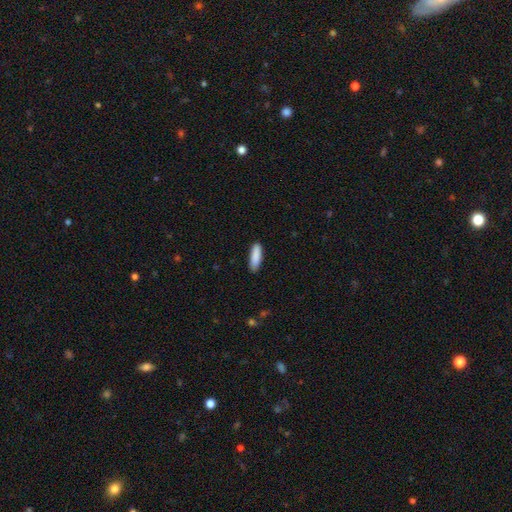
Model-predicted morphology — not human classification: Smooth or featured? Predicted: smooth (p=0.89). How rounded? Predicted: cigar-shaped (p=0.58). Merging? Predicted: none (p=0.88).